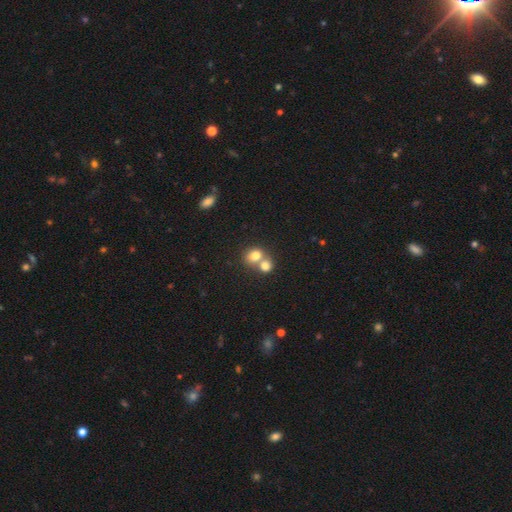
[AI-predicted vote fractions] smooth 77%, featured or disk 12%, star or artifact 11%. Down the decision tree: how rounded — round (62%); merging — merger (62%).